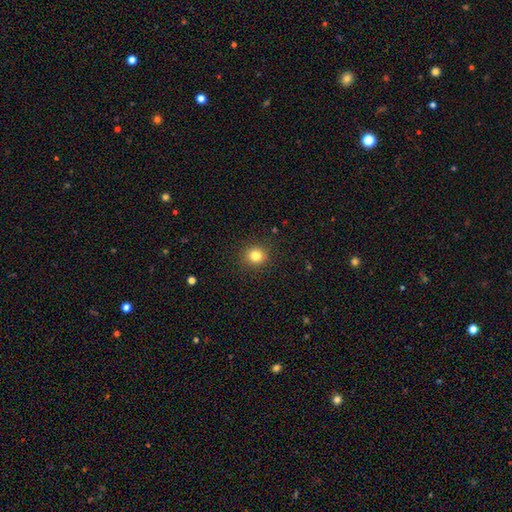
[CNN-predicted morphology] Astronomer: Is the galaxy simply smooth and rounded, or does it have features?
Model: smooth — 82%.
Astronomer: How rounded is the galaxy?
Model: round — 85%.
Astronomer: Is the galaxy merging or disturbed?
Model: none — 90%.